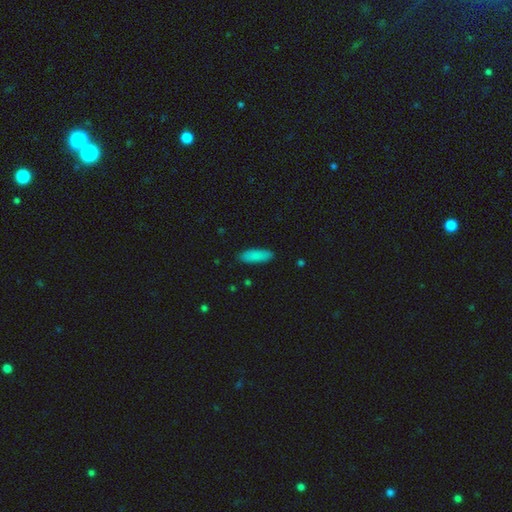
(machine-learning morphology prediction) smooth-or-featured: smooth: 87% | star or artifact: 7% | featured or disk: 6%
  how-rounded: in between: 60% | cigar-shaped: 39% | round: 2%
  merging: none: 88% | minor disturbance: 9% | major disturbance: 2% | merger: 1%